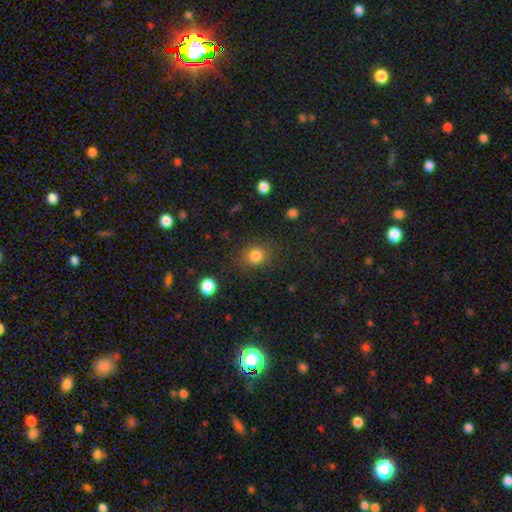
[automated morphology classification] Smooth or featured?
  - smooth: 82% *
  - star or artifact: 12%
  - featured or disk: 6%
How rounded?
  - round: 73% *
  - in between: 26%
  - cigar-shaped: 1%
Merging?
  - none: 82% *
  - minor disturbance: 12%
  - major disturbance: 5%
  - merger: 2%